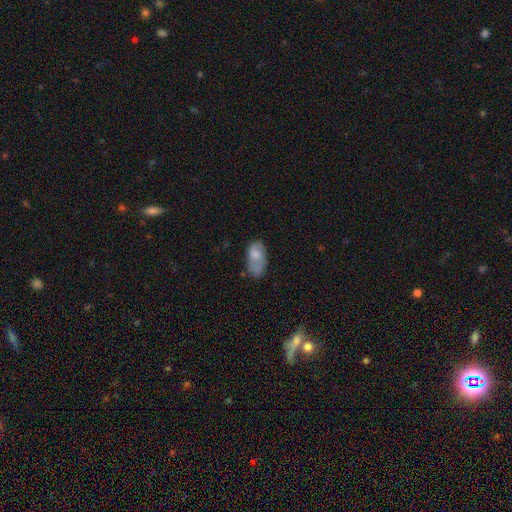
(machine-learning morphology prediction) Smooth or featured? Predicted: smooth (p=0.69). How rounded? Predicted: in between (p=0.92). Merging? Predicted: none (p=0.46).